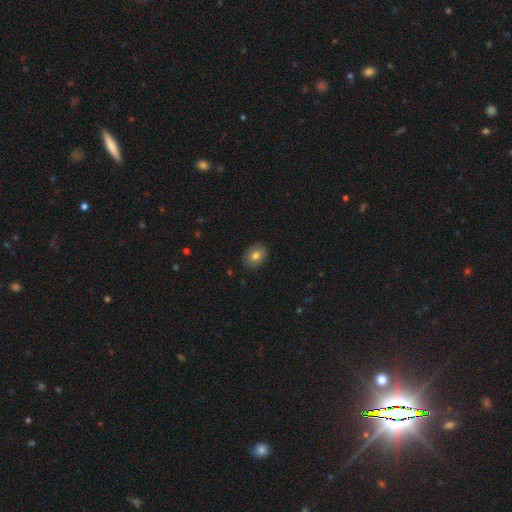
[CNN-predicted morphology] A smooth galaxy with no disk features (77%) that is in between round and cigar-shaped (66%). Merging: none (87%).